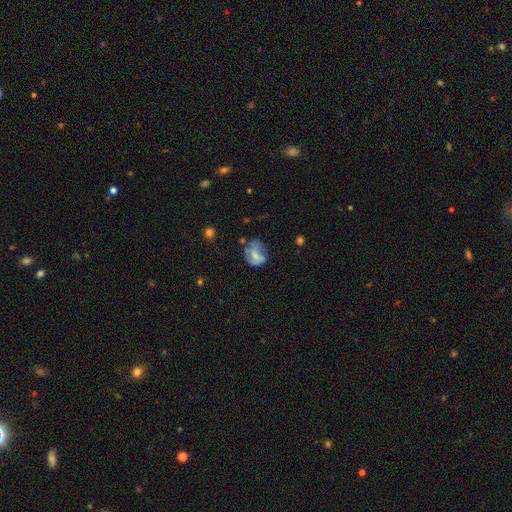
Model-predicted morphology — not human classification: A smooth galaxy with no disk features (50%).

Vote fractions:
- Smooth or featured? smooth: 50% / featured or disk: 41% / star or artifact: 10%
- Merging? none: 41% / minor disturbance: 30% / major disturbance: 23% / merger: 6%